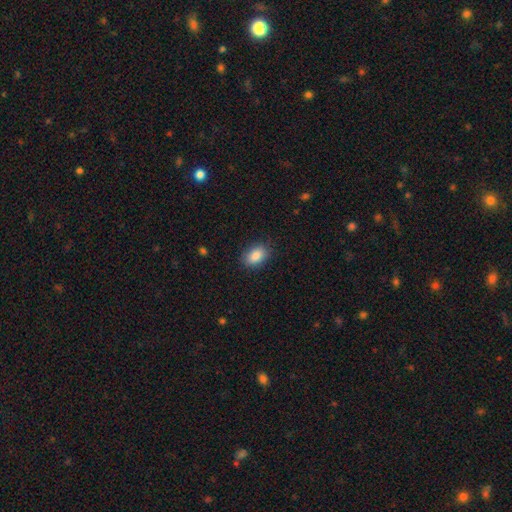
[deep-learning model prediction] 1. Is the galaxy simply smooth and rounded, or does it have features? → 86% smooth, 8% star or artifact, 6% featured or disk.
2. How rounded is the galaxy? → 85% in between, 13% round, 2% cigar-shaped.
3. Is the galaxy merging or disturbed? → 86% none, 10% minor disturbance, 3% major disturbance, 1% merger.